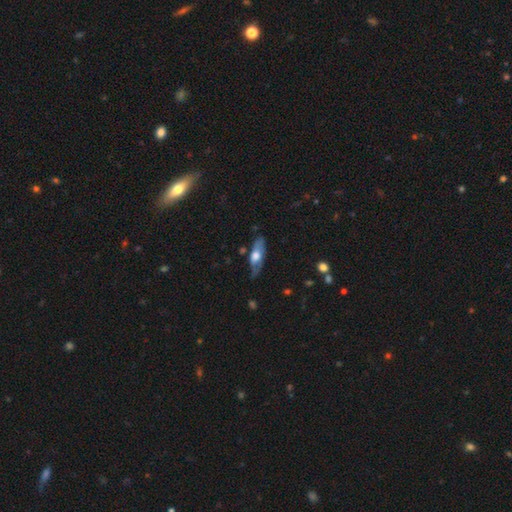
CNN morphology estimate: Smooth or featured?
  - featured or disk: 49% *
  - smooth: 45%
  - star or artifact: 6%
Merging?
  - none: 69% *
  - minor disturbance: 23%
  - major disturbance: 6%
  - merger: 2%